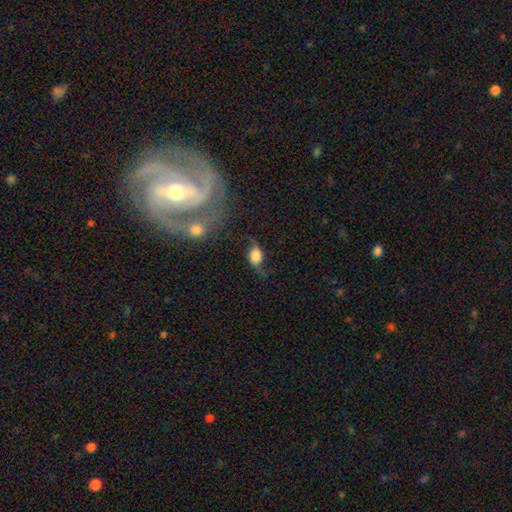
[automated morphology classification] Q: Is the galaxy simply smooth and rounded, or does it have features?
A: smooth — 49%.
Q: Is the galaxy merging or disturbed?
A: none — 46%.